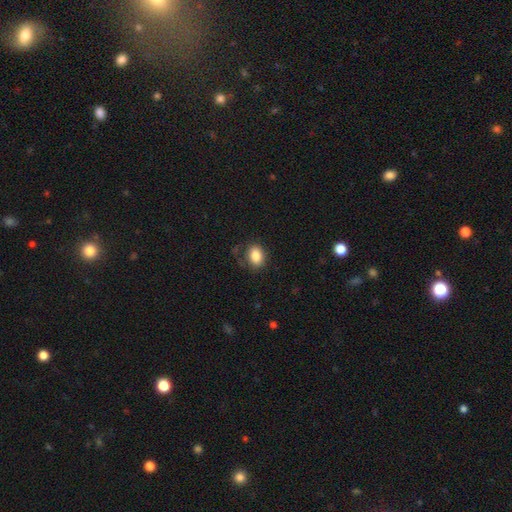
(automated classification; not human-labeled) Smooth or featured? smooth (85%)
How rounded? in between (74%)
Merging? none (74%)